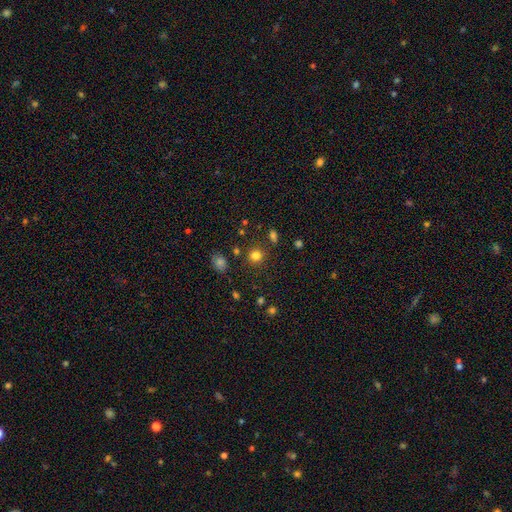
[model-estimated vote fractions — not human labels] The model was most divided on "smooth or featured": smooth: 80%, star or artifact: 15%, featured or disk: 5%. More confident: how rounded — round (88%); merging — none (85%).